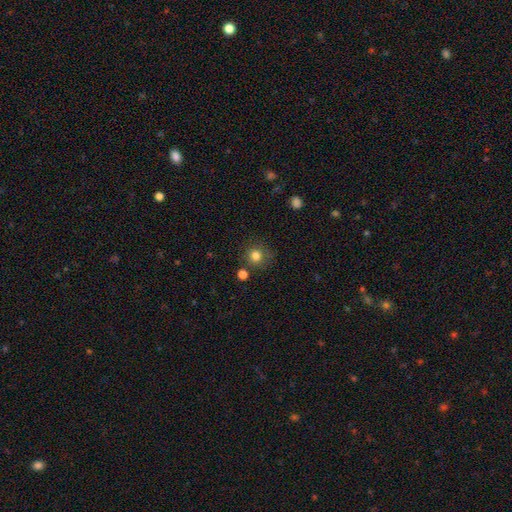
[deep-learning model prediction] Smooth or featured?
  - smooth: 81% *
  - star or artifact: 13%
  - featured or disk: 7%
How rounded?
  - round: 91% *
  - in between: 8%
  - cigar-shaped: 1%
Merging?
  - none: 79% *
  - minor disturbance: 11%
  - merger: 7%
  - major disturbance: 4%